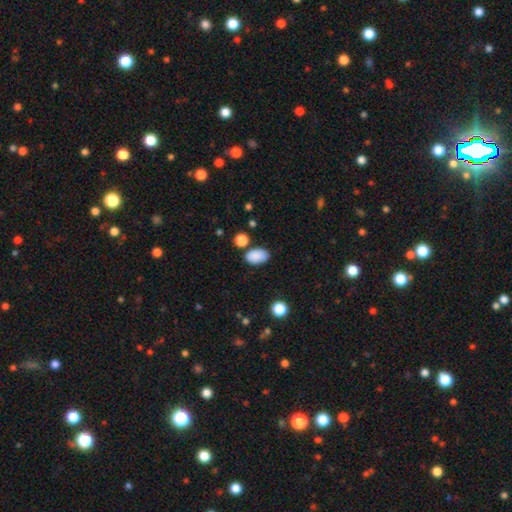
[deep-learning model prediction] smooth-or-featured: smooth: 88% | star or artifact: 8% | featured or disk: 4%
  how-rounded: in between: 92% | round: 6% | cigar-shaped: 1%
  merging: none: 77% | minor disturbance: 14% | merger: 6% | major disturbance: 3%